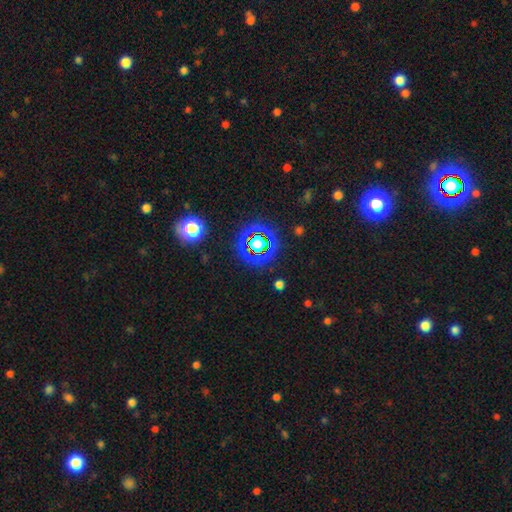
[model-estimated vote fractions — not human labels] smooth-or-featured: star or artifact: 64% | smooth: 25% | featured or disk: 11%